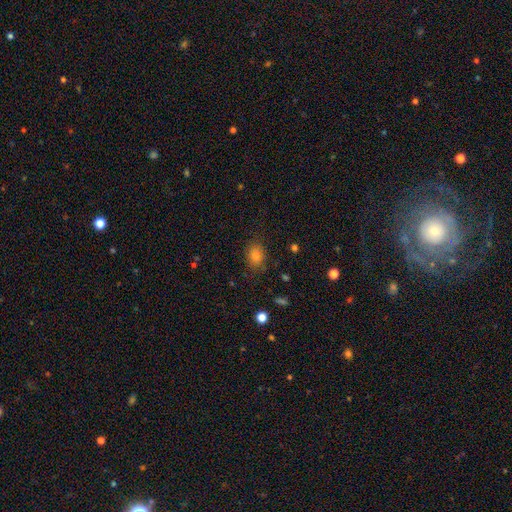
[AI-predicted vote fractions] A smooth galaxy with no disk features (78%) that is in between round and cigar-shaped (61%).

Vote fractions:
- Smooth or featured? smooth: 78% / star or artifact: 15% / featured or disk: 7%
- How rounded? in between: 61% / round: 38% / cigar-shaped: 1%
- Merging? none: 83% / minor disturbance: 12% / major disturbance: 4% / merger: 1%